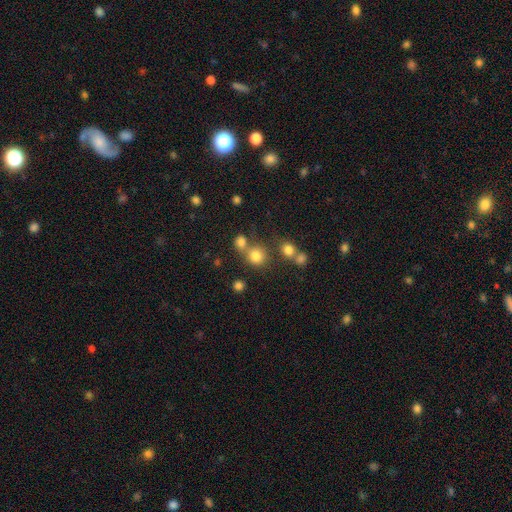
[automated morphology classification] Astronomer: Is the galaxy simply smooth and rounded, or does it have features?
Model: smooth — 78%.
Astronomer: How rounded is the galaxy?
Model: round — 88%.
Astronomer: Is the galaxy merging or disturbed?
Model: none — 60%.